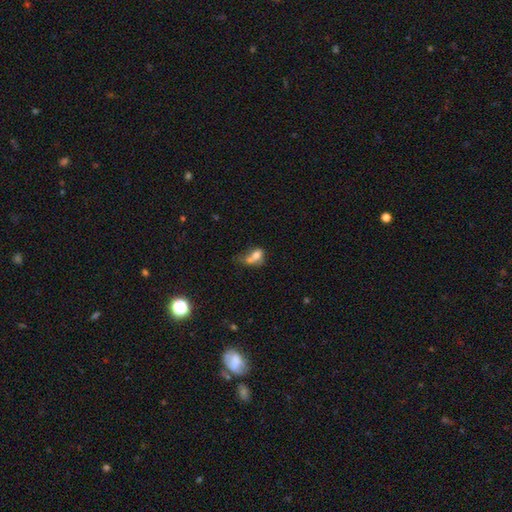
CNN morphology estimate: Smooth or featured? smooth (67%)
How rounded? in between (68%)
Merging? merger (47%)